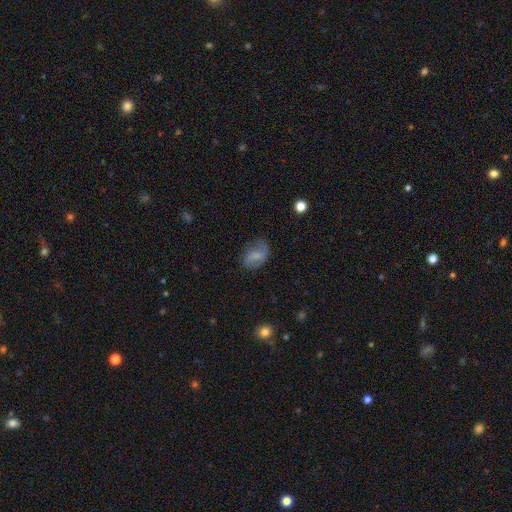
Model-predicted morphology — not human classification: Overall: smooth (64%; featured or disk 27%). How rounded: in between (81%). Merging: none (53%; minor disturbance 30%).